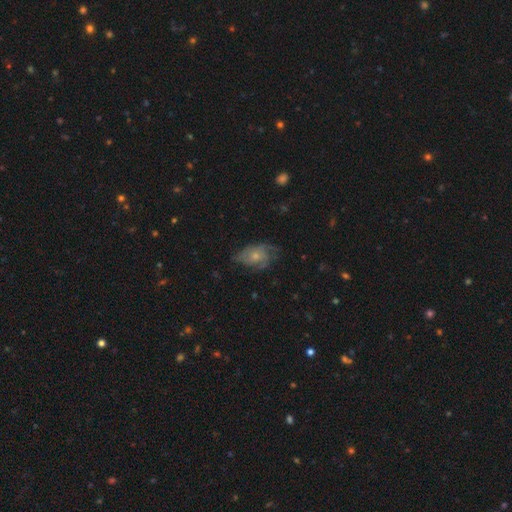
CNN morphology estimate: Smooth or featured?
  - featured or disk: 61% *
  - smooth: 31%
  - star or artifact: 9%
Edge-on disk?
  - no: 96% *
  - yes: 4%
Bar?
  - no: 82% *
  - weak: 16%
  - strong: 2%
Spiral arms?
  - yes: 84% *
  - no: 16%
Bulge size?
  - small: 51% *
  - moderate: 41%
  - none: 4%
  - large: 3%
  - dominant: 1%
Merging?
  - none: 56% *
  - minor disturbance: 27%
  - major disturbance: 15%
  - merger: 1%